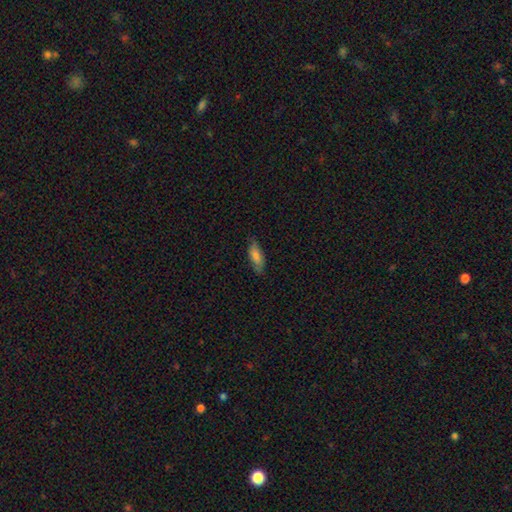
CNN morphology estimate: This appears to be a smooth galaxy with no disk features (73%) that is in between round and cigar-shaped (73%). Merging: none (76%).